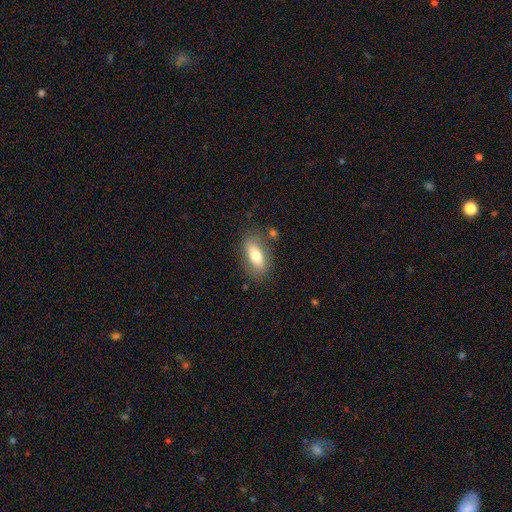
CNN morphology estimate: smooth_or_featured: smooth (p=0.69) [alt: featured or disk p=0.23]
how_rounded: in between (p=0.82) [alt: cigar-shaped p=0.13]
merging: none (p=0.78) [alt: minor disturbance p=0.14]